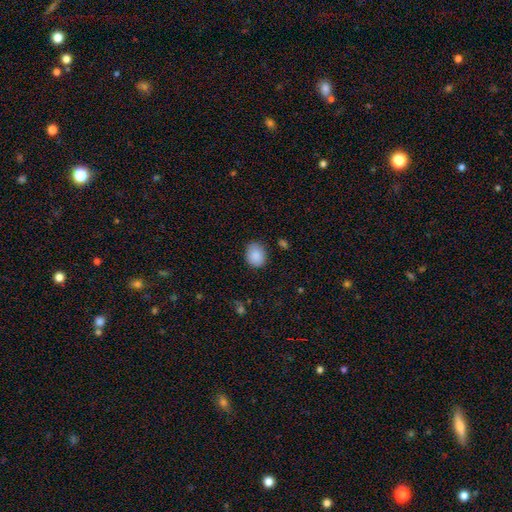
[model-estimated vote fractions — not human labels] Smooth or featured? smooth (88%)
How rounded? round (50%)
Merging? none (79%)